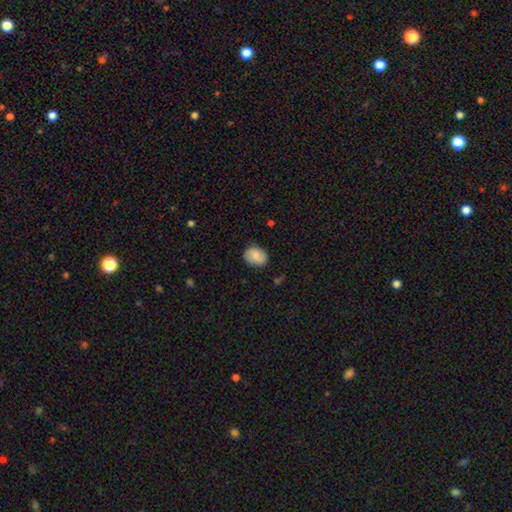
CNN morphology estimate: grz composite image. It shows a smooth galaxy with no disk features (82%) that is in between round and cigar-shaped (54%). Merging: none (82%).